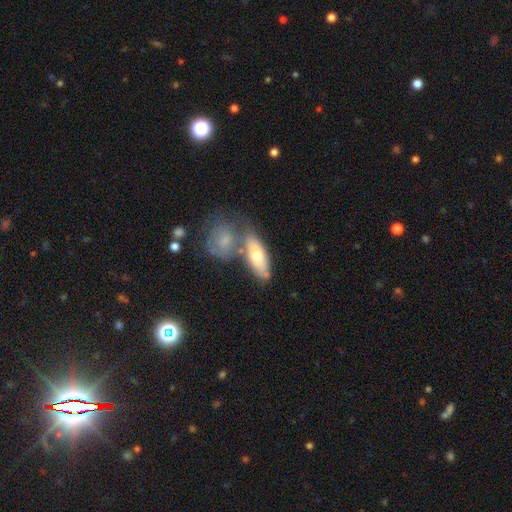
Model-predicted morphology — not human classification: A smooth galaxy with no disk features (62%) that is in between round and cigar-shaped (65%).

Vote fractions:
- Smooth or featured? smooth: 62% / featured or disk: 32% / star or artifact: 6%
- How rounded? in between: 65% / cigar-shaped: 31% / round: 4%
- Merging? none: 48% / merger: 33% / minor disturbance: 14% / major disturbance: 6%